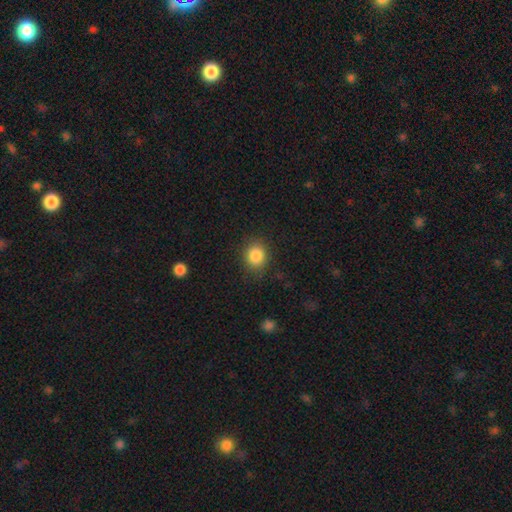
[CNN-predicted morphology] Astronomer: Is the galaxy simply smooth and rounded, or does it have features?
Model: smooth — 85%.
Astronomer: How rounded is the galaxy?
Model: round — 68%.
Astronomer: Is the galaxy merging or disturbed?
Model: none — 85%.